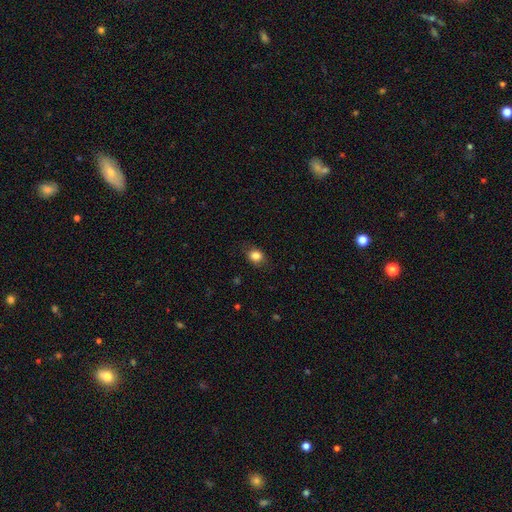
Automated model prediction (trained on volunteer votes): The model was most divided on "how rounded": round: 59%, in between: 40%, cigar-shaped: 1%. More confident: smooth or featured — smooth (84%); merging — none (80%).